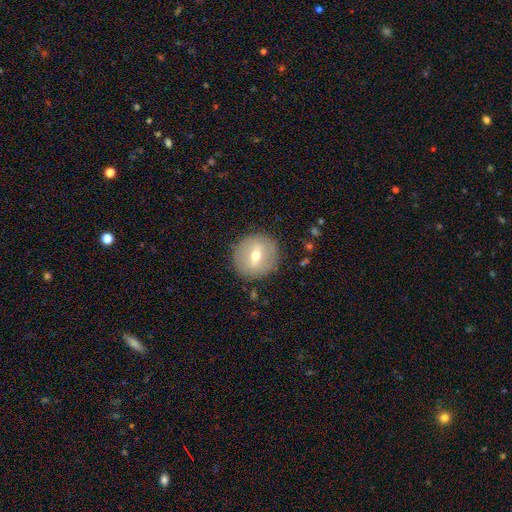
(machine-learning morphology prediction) Q: Smooth or featured?
A: smooth (49%); runner-up: featured or disk (43%)
Q: Merging?
A: none (88%); runner-up: minor disturbance (8%)